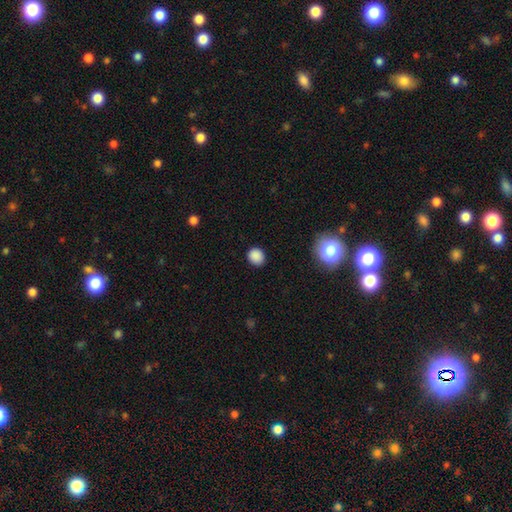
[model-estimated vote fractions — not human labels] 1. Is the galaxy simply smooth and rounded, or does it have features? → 87% smooth, 10% star or artifact, 3% featured or disk.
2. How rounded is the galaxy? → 75% round, 24% in between, 1% cigar-shaped.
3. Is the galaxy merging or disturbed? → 88% none, 8% minor disturbance, 2% major disturbance, 1% merger.